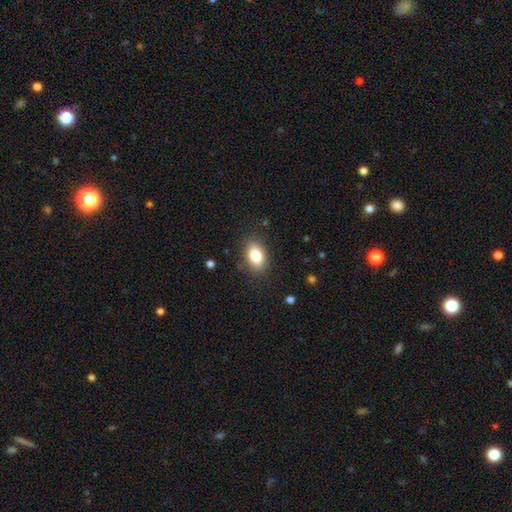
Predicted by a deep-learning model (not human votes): Smooth or featured: smooth — 82% (featured or disk — 10%)
How rounded: in between — 87% (round — 11%)
Merging: none — 84% (minor disturbance — 11%)